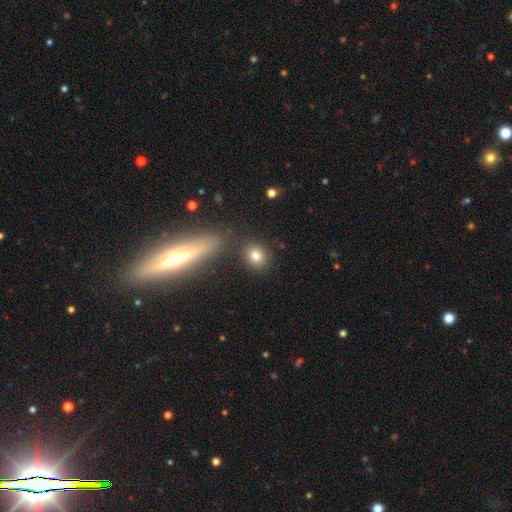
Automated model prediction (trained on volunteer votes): Overall: smooth (80%). How rounded: round (66%; in between 32%). Merging: none (82%).